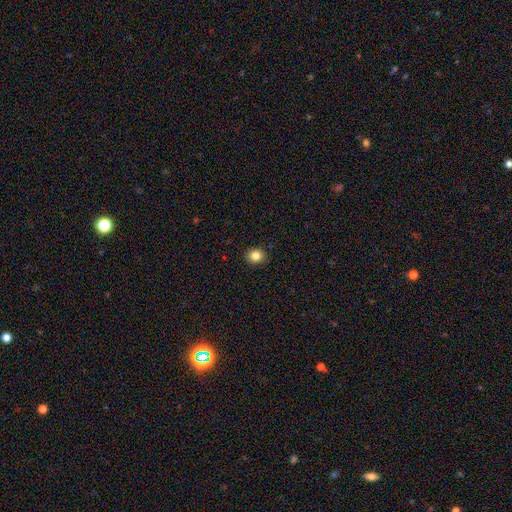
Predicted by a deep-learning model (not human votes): smooth 83%, star or artifact 11%, featured or disk 6%. Down the decision tree: how rounded — round (72%); merging — none (91%).